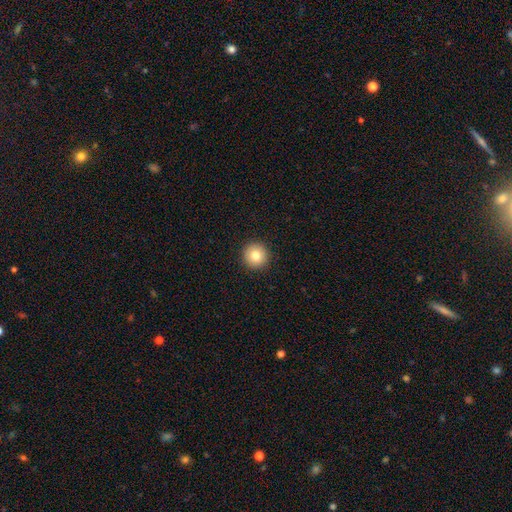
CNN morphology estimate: Smooth or featured? Predicted: smooth (p=0.80). How rounded? Predicted: round (p=0.96). Merging? Predicted: none (p=0.93).